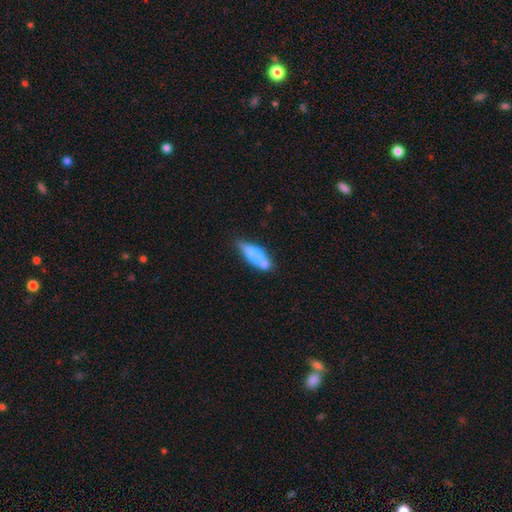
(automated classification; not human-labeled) Smooth or featured? Predicted: smooth (p=0.54). How rounded? Predicted: cigar-shaped (p=0.54). Merging? Predicted: none (p=0.51).